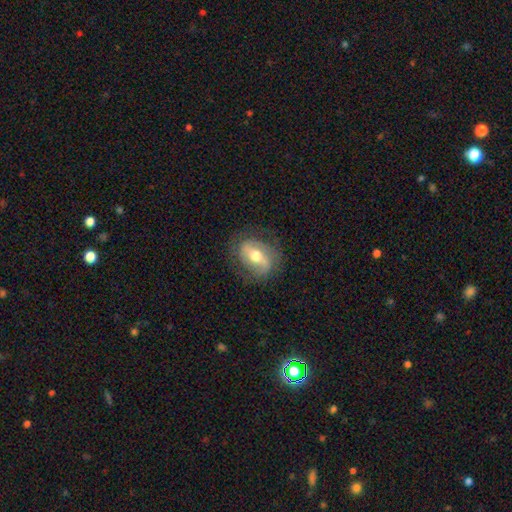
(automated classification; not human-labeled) This appears to be a featured or disk galaxy (60%) with a strong bar (39%), spiral arms (63%) and a moderate central bulge (73%). Merging: none (75%).